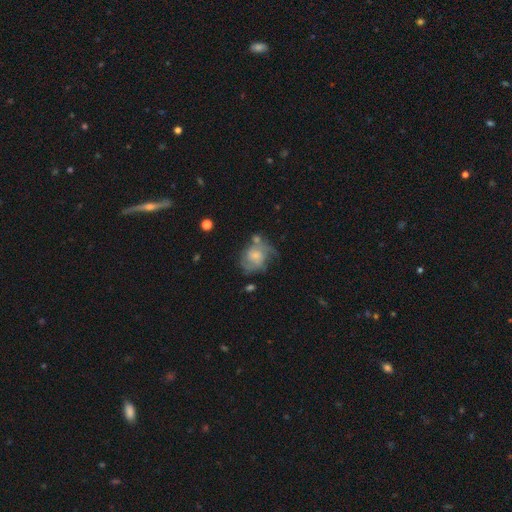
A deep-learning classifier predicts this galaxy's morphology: A featured or disk galaxy (57%) with no bar (64%), spiral arms (76%) and a small central bulge (47%).

Vote fractions:
- Smooth or featured? featured or disk: 57% / smooth: 34% / star or artifact: 8%
- Edge-on disk? no: 98% / yes: 2%
- Bar? no: 64% / weak: 32% / strong: 5%
- Spiral arms? yes: 76% / no: 24%
- Bulge size? small: 47% / moderate: 28% / none: 17% / large: 6% / dominant: 2%
- Merging? none: 39% / minor disturbance: 25% / major disturbance: 24% / merger: 12%